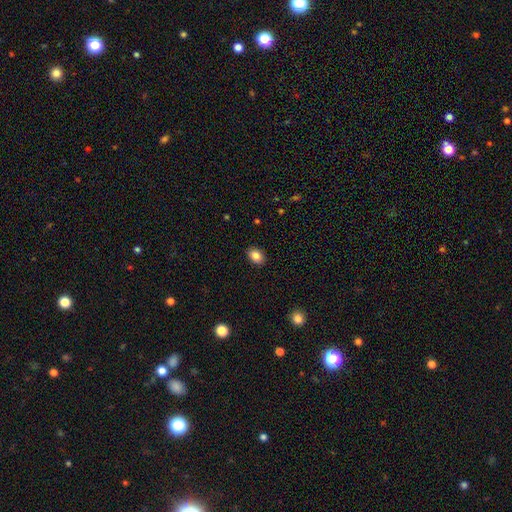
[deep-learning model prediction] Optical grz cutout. It shows a smooth galaxy with no disk features (85%) that is in between round and cigar-shaped (77%). Merging: none (89%).